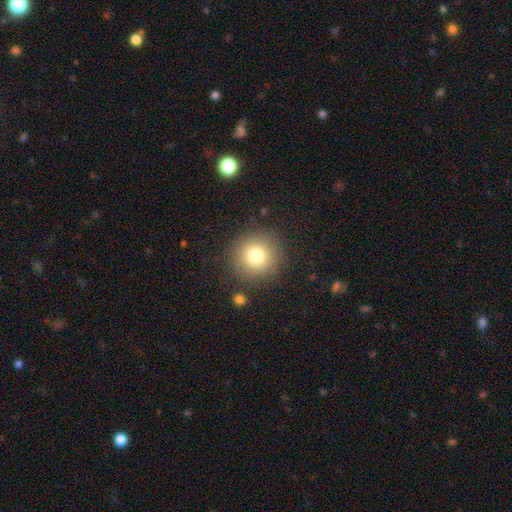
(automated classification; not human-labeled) Q: Smooth or featured?
A: smooth (78%); runner-up: star or artifact (13%)
Q: How rounded?
A: round (95%); runner-up: in between (4%)
Q: Merging?
A: none (88%); runner-up: minor disturbance (7%)